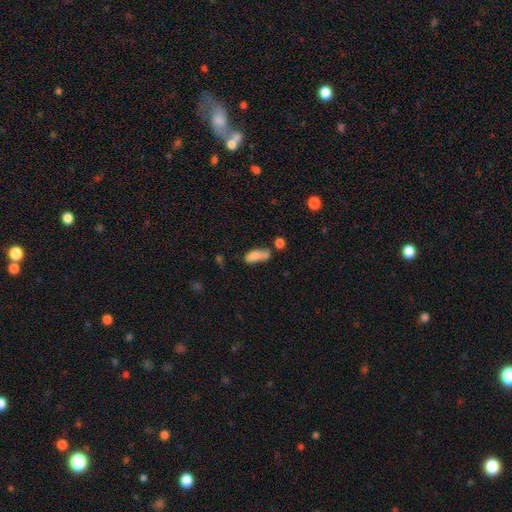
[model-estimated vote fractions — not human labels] smooth_or_featured: smooth (p=0.77) [alt: featured or disk p=0.14]
how_rounded: in between (p=0.77) [alt: cigar-shaped p=0.19]
merging: none (p=0.35) [alt: merger p=0.34]